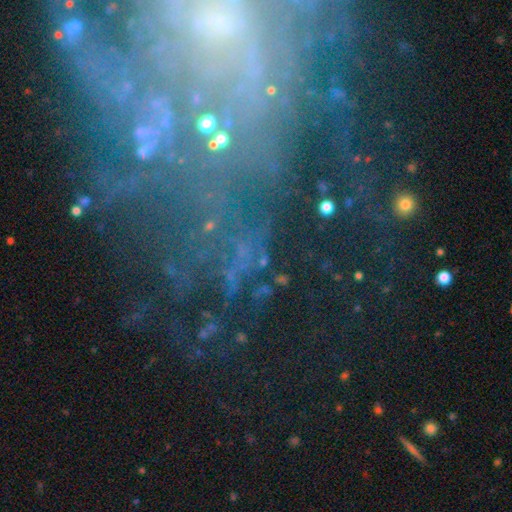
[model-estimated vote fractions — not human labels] smooth-or-featured: star or artifact: 60% | featured or disk: 23% | smooth: 17%